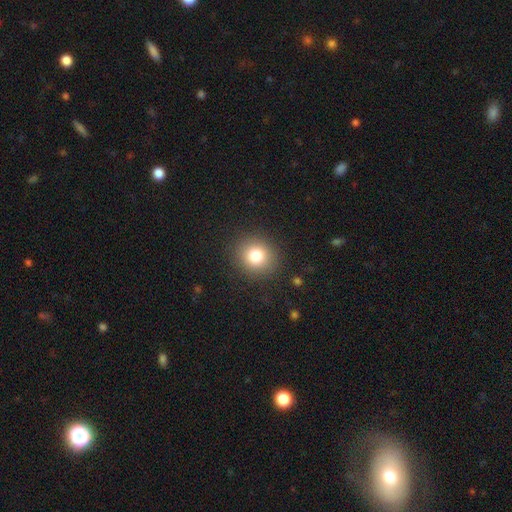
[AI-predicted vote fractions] Smooth or featured?
  - smooth: 79% *
  - star or artifact: 12%
  - featured or disk: 9%
How rounded?
  - round: 86% *
  - in between: 13%
  - cigar-shaped: 1%
Merging?
  - none: 89% *
  - minor disturbance: 7%
  - major disturbance: 3%
  - merger: 1%